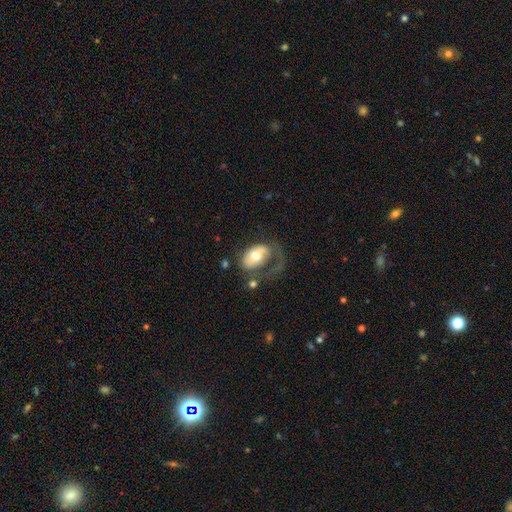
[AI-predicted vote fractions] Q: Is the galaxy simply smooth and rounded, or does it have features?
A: smooth — 52%.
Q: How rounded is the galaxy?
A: in between — 87%.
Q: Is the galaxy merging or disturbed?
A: major disturbance — 49%.